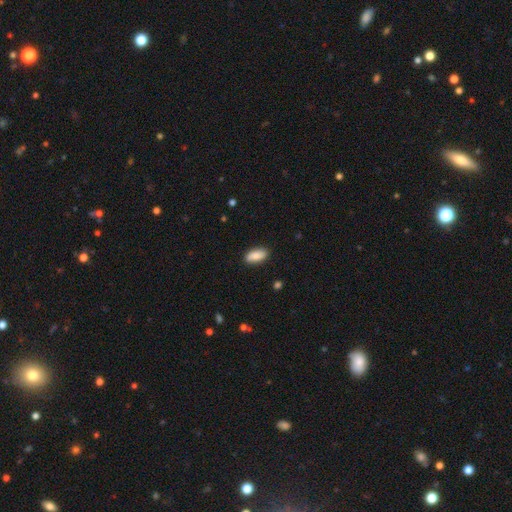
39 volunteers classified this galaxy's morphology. Overall: smooth (82%). How rounded: in between (97%). Merging: none (91%).